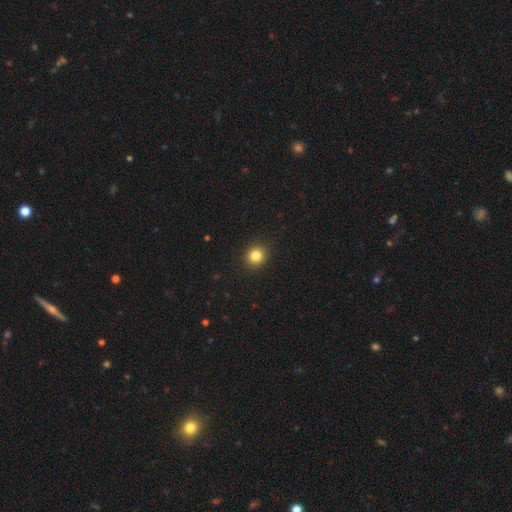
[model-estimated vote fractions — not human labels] A smooth galaxy with no disk features (83%) that is round (90%). Merging: none (93%).